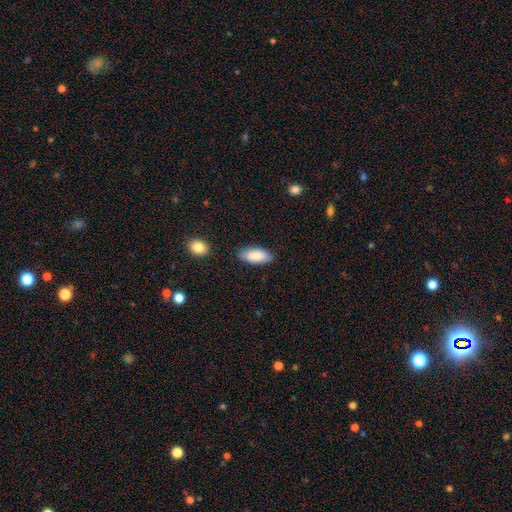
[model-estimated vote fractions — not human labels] A smooth galaxy with no disk features (85%) that is in between round and cigar-shaped (86%).

Vote fractions:
- Smooth or featured? smooth: 85% / featured or disk: 9% / star or artifact: 6%
- How rounded? in between: 86% / cigar-shaped: 12% / round: 2%
- Merging? none: 81% / minor disturbance: 15% / major disturbance: 3% / merger: 2%